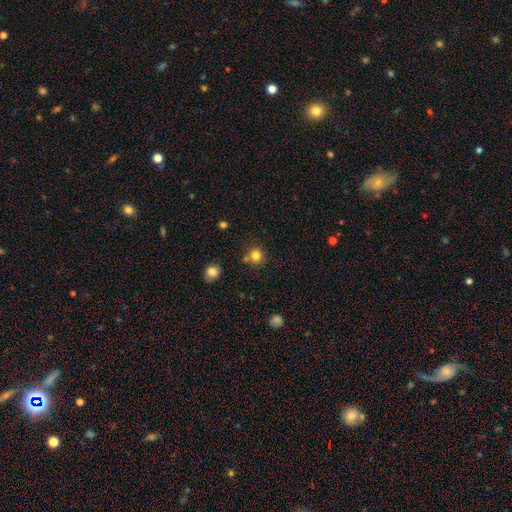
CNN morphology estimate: Smooth or featured? Predicted: smooth (p=0.81). How rounded? Predicted: round (p=0.90). Merging? Predicted: none (p=0.74).